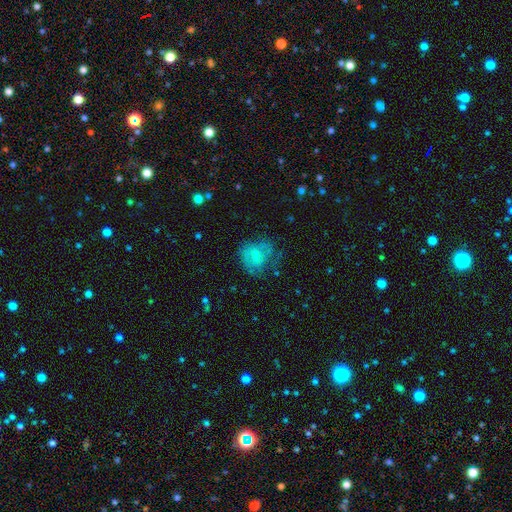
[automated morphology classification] Q: Smooth or featured?
A: smooth (48%); runner-up: featured or disk (42%)
Q: Merging?
A: none (43%); runner-up: major disturbance (27%)